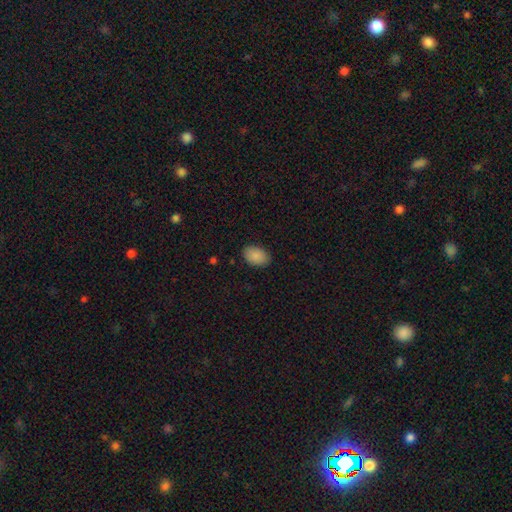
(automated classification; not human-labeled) Morphology: type=smooth (89%); roundness=in between (87%); merging=none (87%).